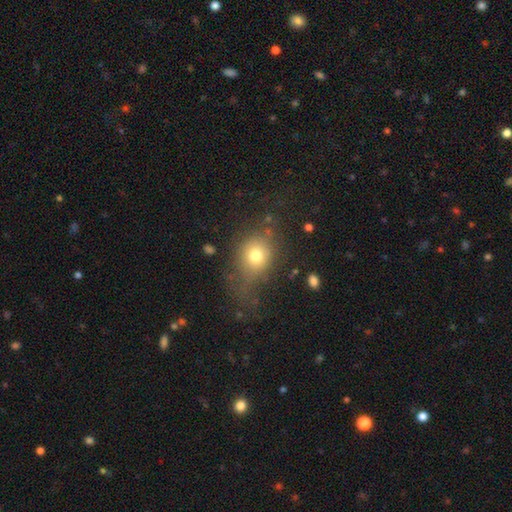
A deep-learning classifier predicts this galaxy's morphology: This appears to be a smooth galaxy with no disk features (73%) that is round (61%). Merging: none (53%).